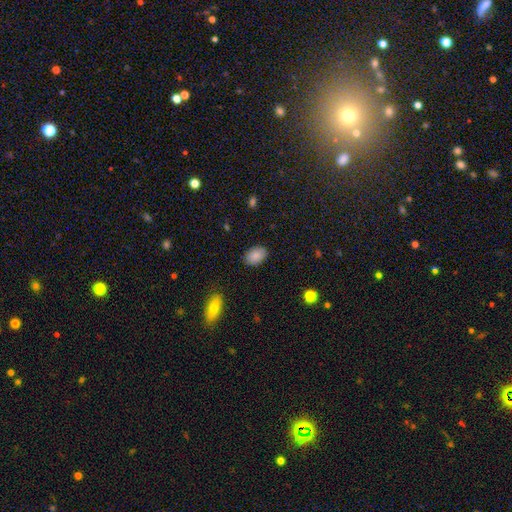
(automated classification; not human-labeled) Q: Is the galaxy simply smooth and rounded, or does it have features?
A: smooth — 87%.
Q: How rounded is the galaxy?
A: in between — 87%.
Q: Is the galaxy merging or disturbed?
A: none — 87%.